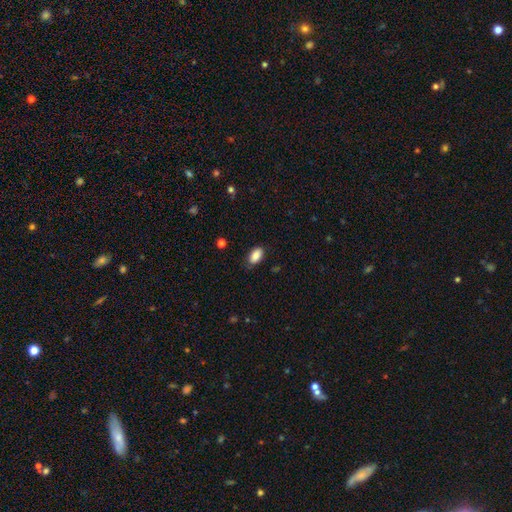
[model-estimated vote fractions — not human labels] Q: Smooth or featured?
A: smooth (87%); runner-up: star or artifact (7%)
Q: How rounded?
A: in between (93%); runner-up: round (4%)
Q: Merging?
A: none (81%); runner-up: minor disturbance (15%)